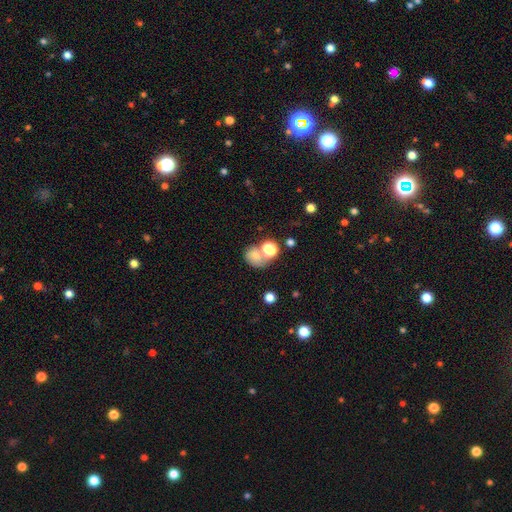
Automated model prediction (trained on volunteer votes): Smooth or featured? Predicted: smooth (p=0.69). How rounded? Predicted: round (p=0.57). Merging? Predicted: merger (p=0.38).